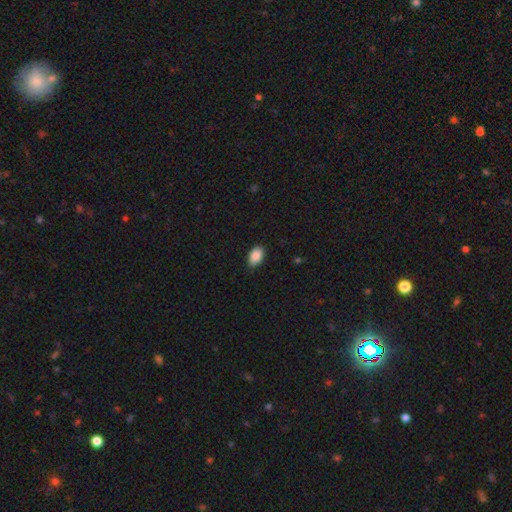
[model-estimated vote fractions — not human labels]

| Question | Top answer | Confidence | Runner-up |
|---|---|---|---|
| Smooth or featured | smooth | 88% | star or artifact (7%) |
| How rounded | in between | 91% | round (8%) |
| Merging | none | 84% | minor disturbance (13%) |